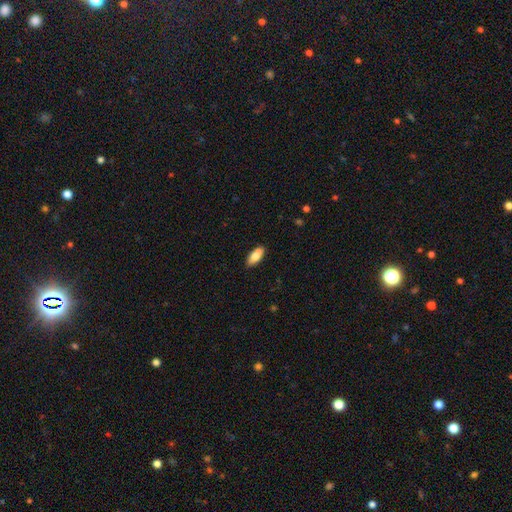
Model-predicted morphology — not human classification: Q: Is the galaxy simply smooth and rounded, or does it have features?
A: smooth — 81%.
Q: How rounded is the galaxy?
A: in between — 82%.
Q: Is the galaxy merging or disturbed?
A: none — 85%.